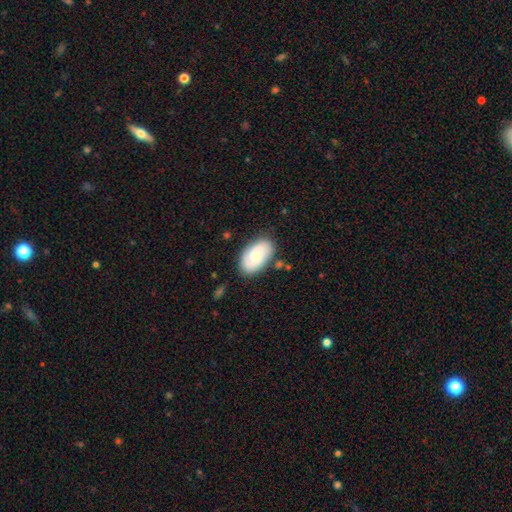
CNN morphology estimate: type=smooth (59%); roundness=in between (93%); merging=none (78%).